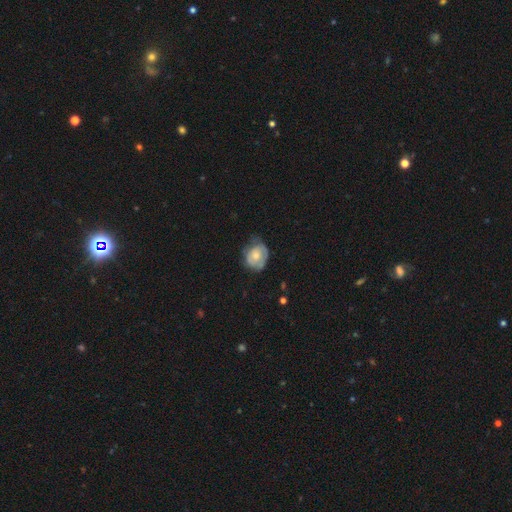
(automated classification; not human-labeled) This is possibly a smooth galaxy (49%). Merging: possibly none (48%).